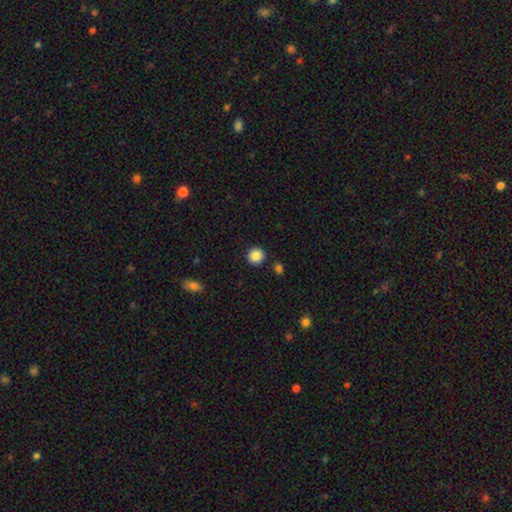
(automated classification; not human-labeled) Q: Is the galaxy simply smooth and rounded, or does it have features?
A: smooth — 88%.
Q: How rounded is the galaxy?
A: round — 94%.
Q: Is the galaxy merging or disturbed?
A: none — 90%.